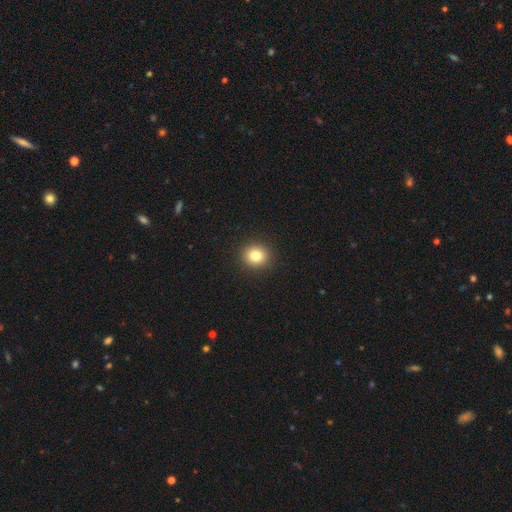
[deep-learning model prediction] smooth-or-featured: smooth: 81% | star or artifact: 11% | featured or disk: 7%
  how-rounded: round: 82% | in between: 17% | cigar-shaped: 1%
  merging: none: 92% | minor disturbance: 5% | major disturbance: 2% | merger: 1%